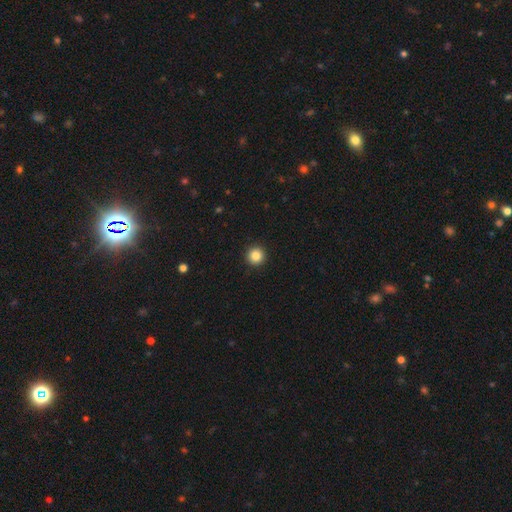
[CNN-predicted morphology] A smooth galaxy with no disk features (86%) that is round (96%). Merging: none (93%).